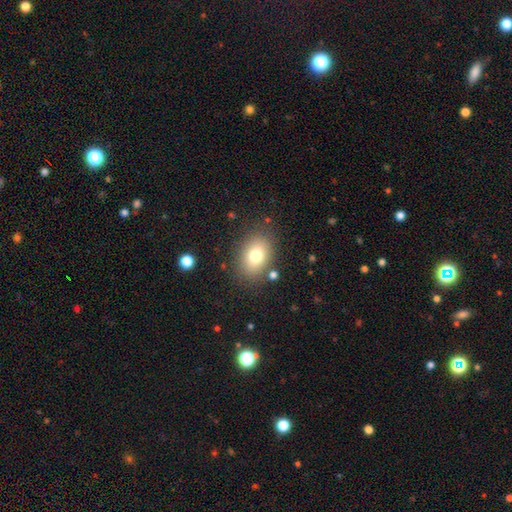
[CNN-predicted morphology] A smooth galaxy with no disk features (76%) that is in between round and cigar-shaped (73%). Merging: none (82%).